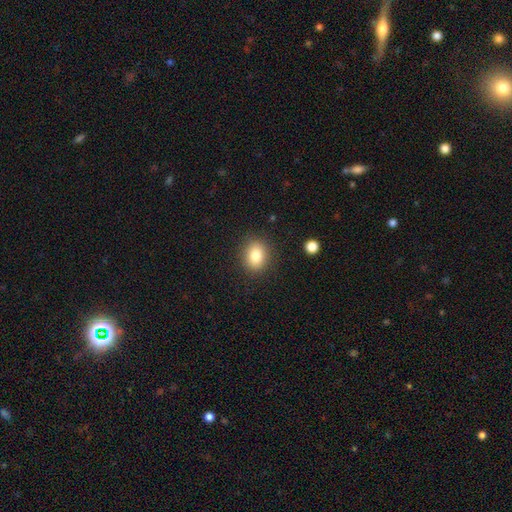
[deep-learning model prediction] Q: Smooth or featured?
A: smooth (83%); runner-up: star or artifact (10%)
Q: How rounded?
A: round (51%); runner-up: in between (48%)
Q: Merging?
A: none (87%); runner-up: minor disturbance (9%)